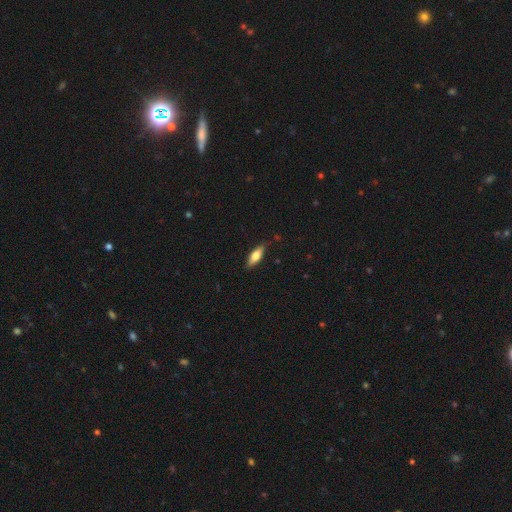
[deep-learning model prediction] Overall: smooth (65%; featured or disk 29%). How rounded: in between (61%; cigar-shaped 37%). Merging: none (84%).